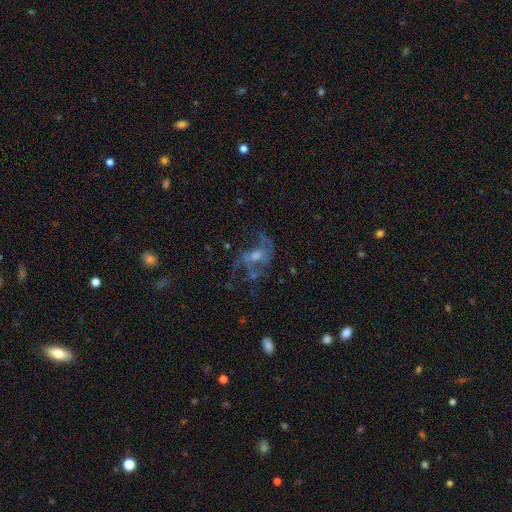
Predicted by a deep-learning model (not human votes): A featured or disk galaxy (69%) with no bar (56%), spiral arms (72%) and a moderate central bulge (48%). Merging: none (45%).